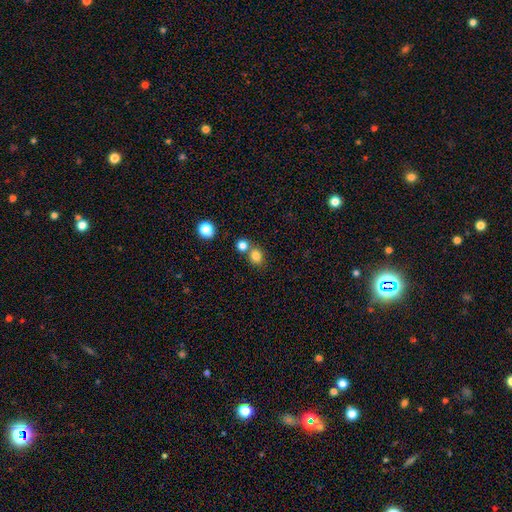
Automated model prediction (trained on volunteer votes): smooth-or-featured: smooth: 81% | star or artifact: 12% | featured or disk: 6%
  how-rounded: round: 71% | in between: 28% | cigar-shaped: 1%
  merging: none: 60% | merger: 29% | minor disturbance: 8% | major disturbance: 3%